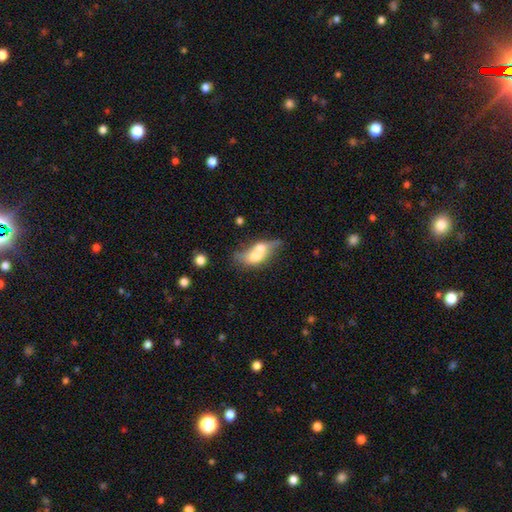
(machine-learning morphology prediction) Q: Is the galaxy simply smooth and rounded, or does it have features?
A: smooth — 57%.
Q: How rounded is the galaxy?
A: in between — 72%.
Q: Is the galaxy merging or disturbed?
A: merger — 65%.